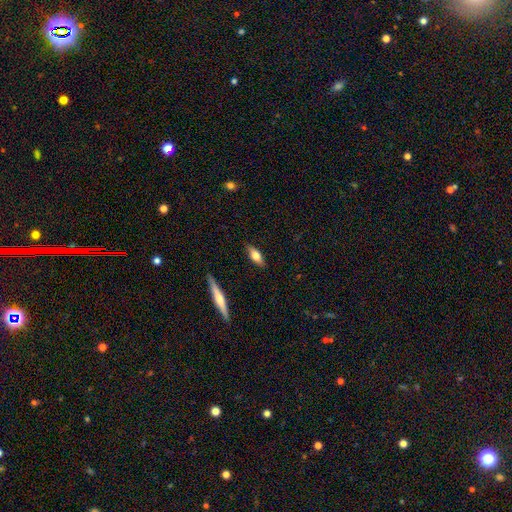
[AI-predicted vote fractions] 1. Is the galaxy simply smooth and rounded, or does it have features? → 60% smooth, 33% featured or disk, 7% star or artifact.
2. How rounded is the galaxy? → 60% in between, 37% cigar-shaped, 3% round.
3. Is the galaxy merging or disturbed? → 86% none, 10% minor disturbance, 2% major disturbance, 1% merger.